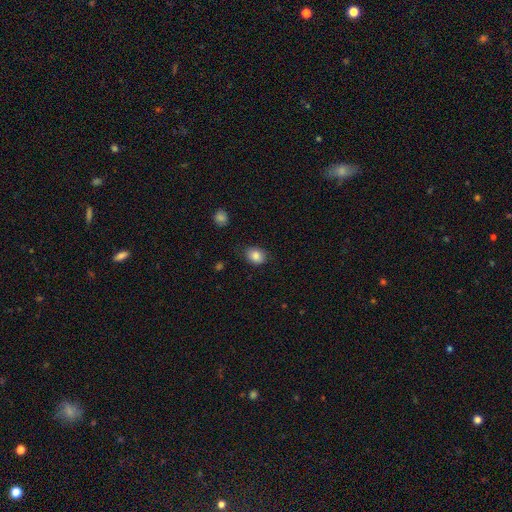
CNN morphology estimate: Q: Smooth or featured?
A: smooth (86%); runner-up: star or artifact (9%)
Q: How rounded?
A: in between (60%); runner-up: round (39%)
Q: Merging?
A: none (79%); runner-up: minor disturbance (16%)